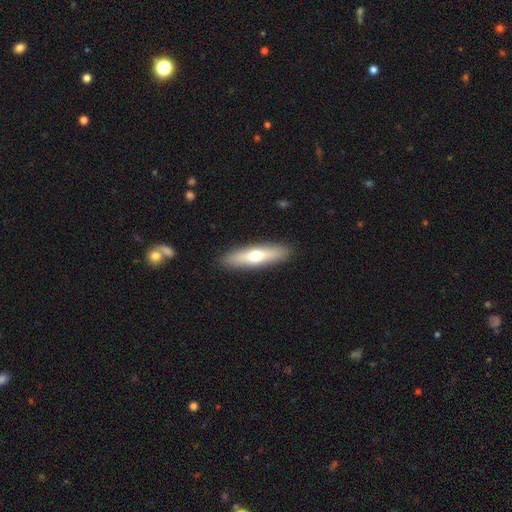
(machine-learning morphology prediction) smooth 57%, featured or disk 37%, star or artifact 6%. Down the decision tree: how rounded — cigar-shaped (71%); merging — none (90%).